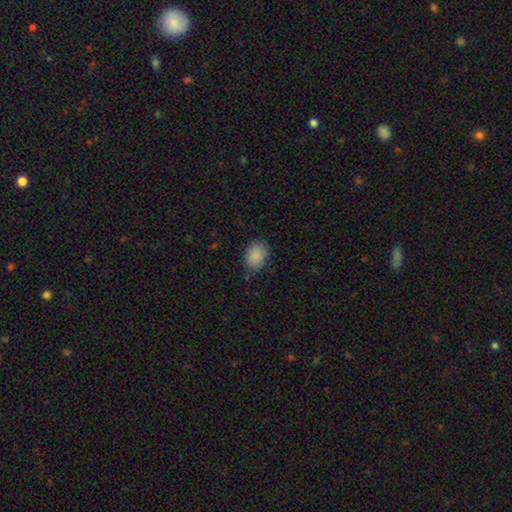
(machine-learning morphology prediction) smooth_or_featured: smooth (p=0.89) [alt: star or artifact p=0.07]
how_rounded: in between (p=0.75) [alt: round p=0.24]
merging: none (p=0.78) [alt: minor disturbance p=0.18]